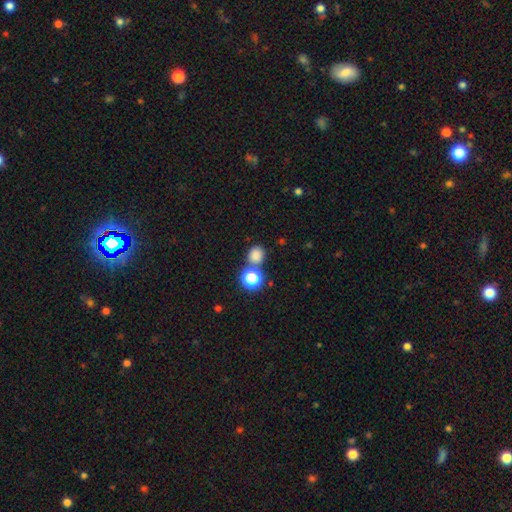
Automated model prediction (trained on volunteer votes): Q: Smooth or featured?
A: smooth (79%); runner-up: star or artifact (17%)
Q: How rounded?
A: round (82%); runner-up: in between (17%)
Q: Merging?
A: none (70%); runner-up: merger (18%)